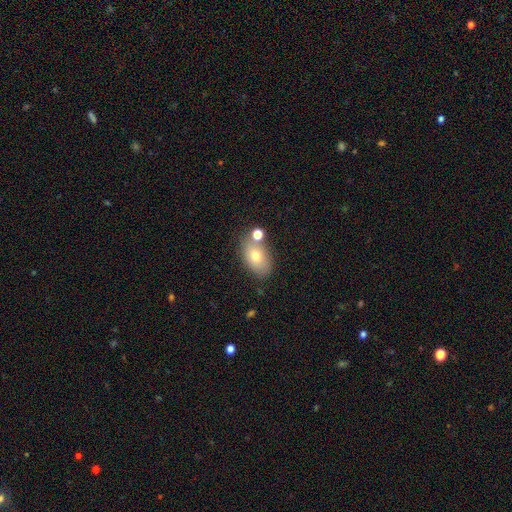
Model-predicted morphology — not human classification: smooth 72%, featured or disk 18%, star or artifact 9%. Down the decision tree: how rounded — in between (86%); merging — none (63%).